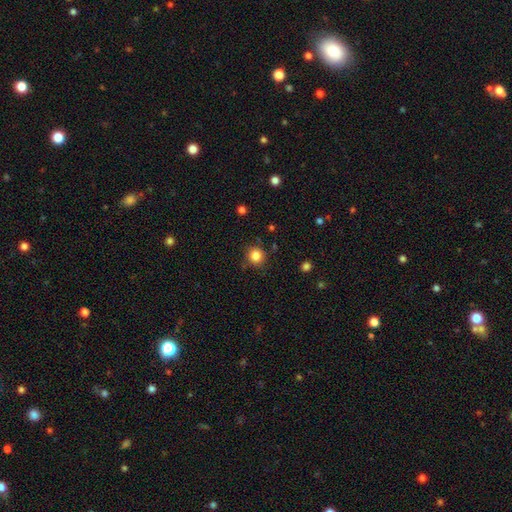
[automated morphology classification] Smooth or featured: smooth — 84% (star or artifact — 11%)
How rounded: round — 93% (in between — 6%)
Merging: none — 86% (minor disturbance — 9%)